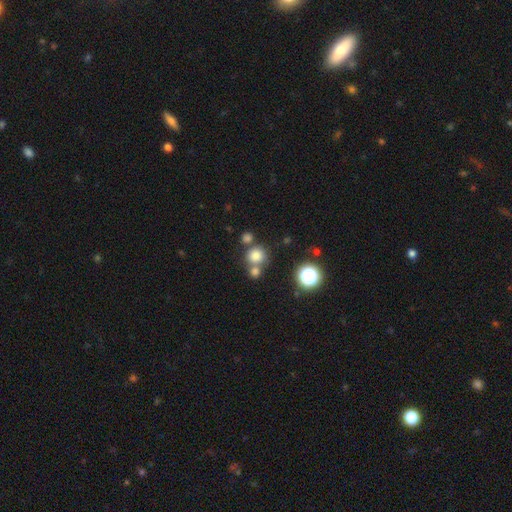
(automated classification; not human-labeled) Smooth or featured? Predicted: smooth (p=0.77). How rounded? Predicted: round (p=0.90). Merging? Predicted: none (p=0.60).